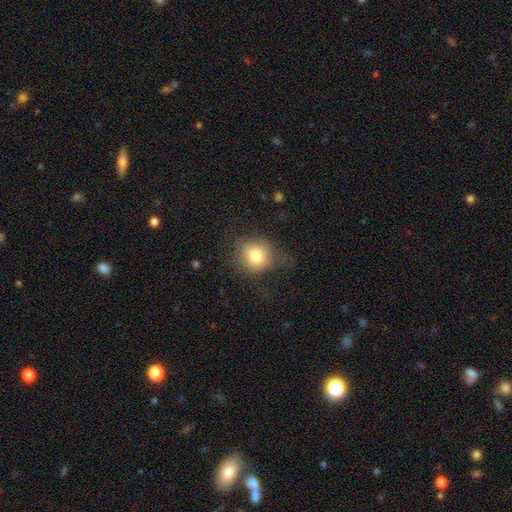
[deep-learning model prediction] Smooth or featured? Predicted: smooth (p=0.76). How rounded? Predicted: round (p=0.83). Merging? Predicted: none (p=0.57).